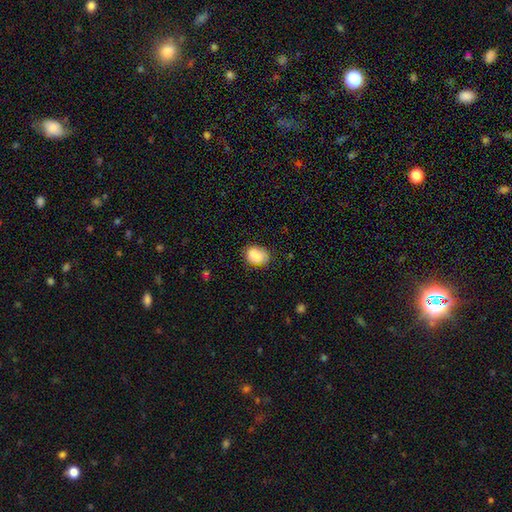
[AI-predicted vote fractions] Smooth or featured?
  - smooth: 84% *
  - featured or disk: 8%
  - star or artifact: 8%
How rounded?
  - in between: 66% *
  - round: 33%
  - cigar-shaped: 1%
Merging?
  - none: 70% *
  - minor disturbance: 23%
  - major disturbance: 5%
  - merger: 2%